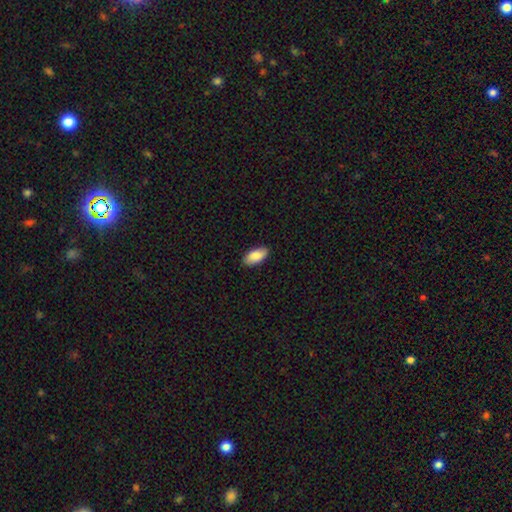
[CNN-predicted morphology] Smooth or featured? smooth (86%)
How rounded? in between (92%)
Merging? none (88%)